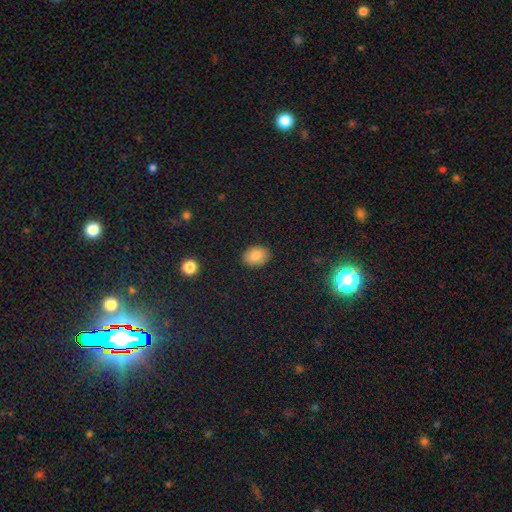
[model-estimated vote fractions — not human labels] smooth 85%, star or artifact 9%, featured or disk 7%. Down the decision tree: how rounded — in between (73%); merging — none (89%).